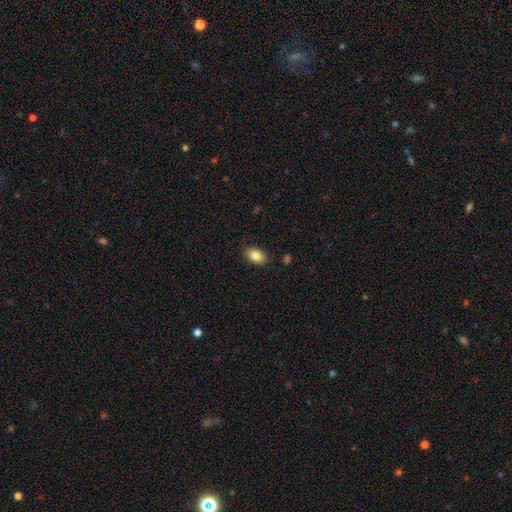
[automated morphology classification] Overall: smooth (85%). How rounded: in between (90%). Merging: none (87%).